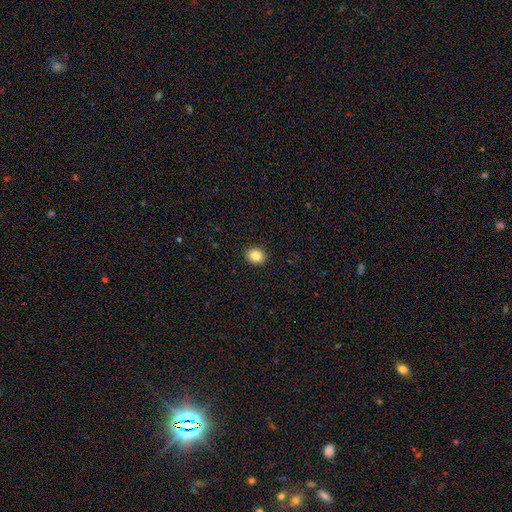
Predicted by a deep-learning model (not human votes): Q: Smooth or featured?
A: smooth (84%); runner-up: star or artifact (10%)
Q: How rounded?
A: round (65%); runner-up: in between (35%)
Q: Merging?
A: none (92%); runner-up: minor disturbance (5%)